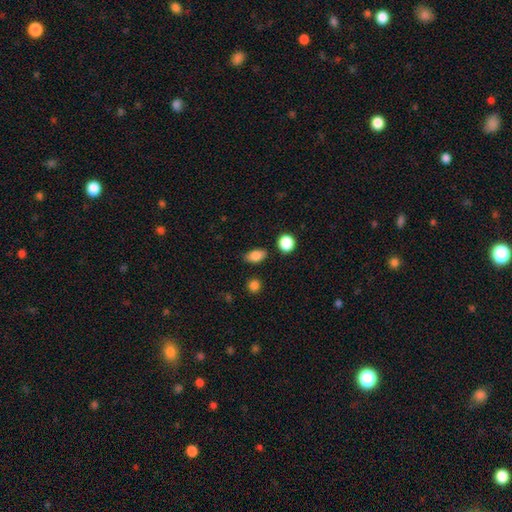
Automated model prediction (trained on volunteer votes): A smooth galaxy with no disk features (84%) that is in between round and cigar-shaped (81%). Merging: none (78%).